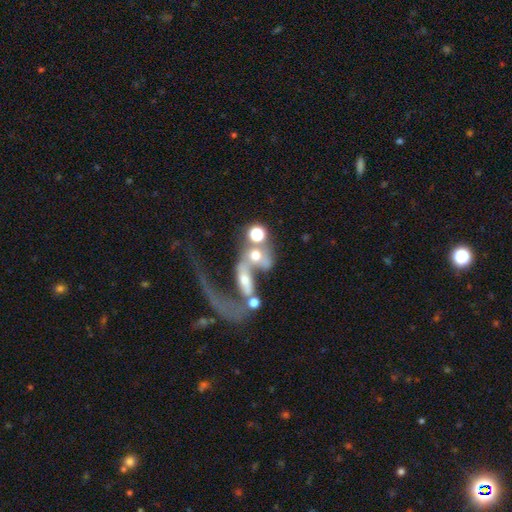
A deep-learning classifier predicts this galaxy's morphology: Smooth or featured? Predicted: smooth (p=0.43). Merging? Predicted: merger (p=0.64).